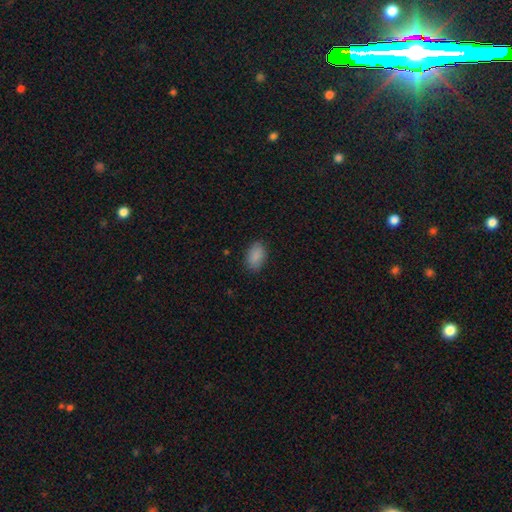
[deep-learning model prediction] Q: Smooth or featured?
A: smooth (88%); runner-up: star or artifact (8%)
Q: How rounded?
A: in between (88%); runner-up: round (11%)
Q: Merging?
A: none (82%); runner-up: minor disturbance (14%)